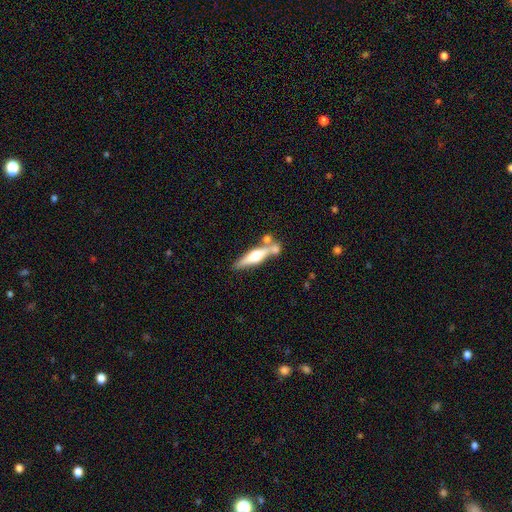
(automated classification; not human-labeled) smooth_or_featured: featured or disk (p=0.58) [alt: smooth p=0.36]
disk_edge_on: yes (p=0.92) [alt: no p=0.08]
edge_on_bulge: rounded (p=0.89) [alt: boxy p=0.07]
merging: none (p=0.56) [alt: merger p=0.25]